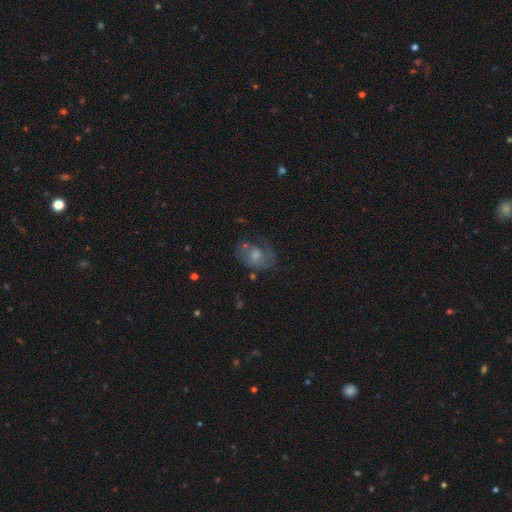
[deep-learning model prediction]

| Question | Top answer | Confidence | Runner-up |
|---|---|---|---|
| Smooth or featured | smooth | 48% | featured or disk (42%) |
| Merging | none | 45% | minor disturbance (26%) |